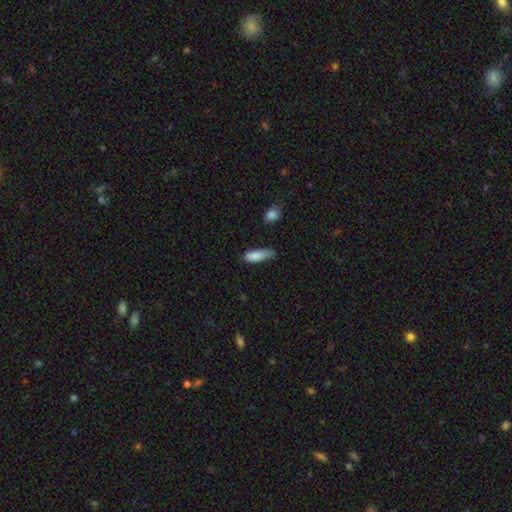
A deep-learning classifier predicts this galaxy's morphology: smooth 83%, featured or disk 10%, star or artifact 7%. Down the decision tree: how rounded — in between (50%); merging — none (52%).